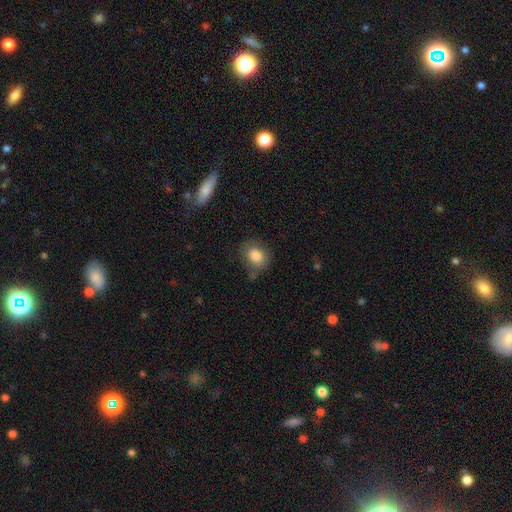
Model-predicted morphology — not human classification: A smooth galaxy with no disk features (83%) that is round (61%). Merging: none (70%).